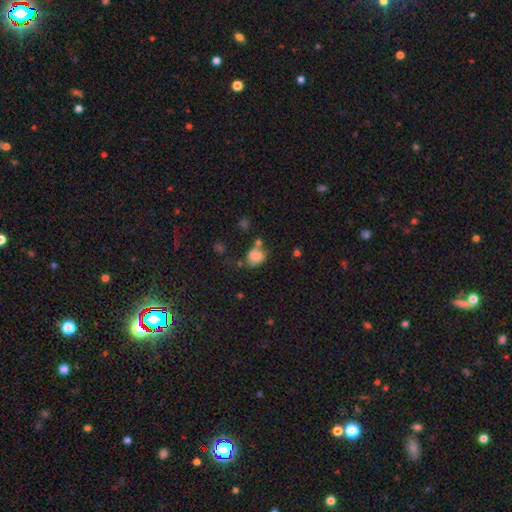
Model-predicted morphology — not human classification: smooth_or_featured: smooth (p=0.73) [alt: featured or disk p=0.15]
how_rounded: in between (p=0.53) [alt: round p=0.46]
merging: none (p=0.44) [alt: minor disturbance p=0.24]